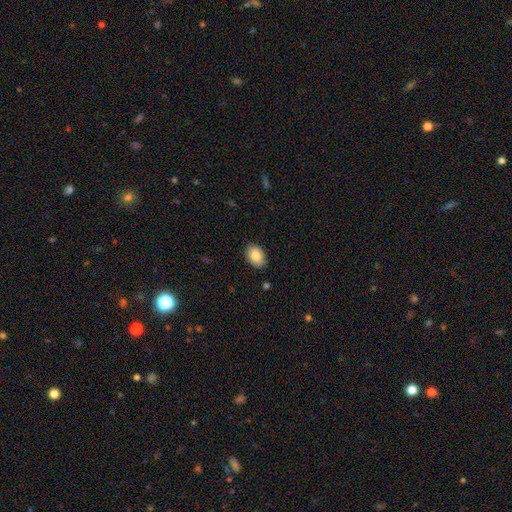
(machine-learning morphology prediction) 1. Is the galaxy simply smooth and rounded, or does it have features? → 85% smooth, 8% featured or disk, 7% star or artifact.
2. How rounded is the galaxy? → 84% in between, 15% round, 1% cigar-shaped.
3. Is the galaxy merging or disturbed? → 86% none, 11% minor disturbance, 2% major disturbance, 1% merger.